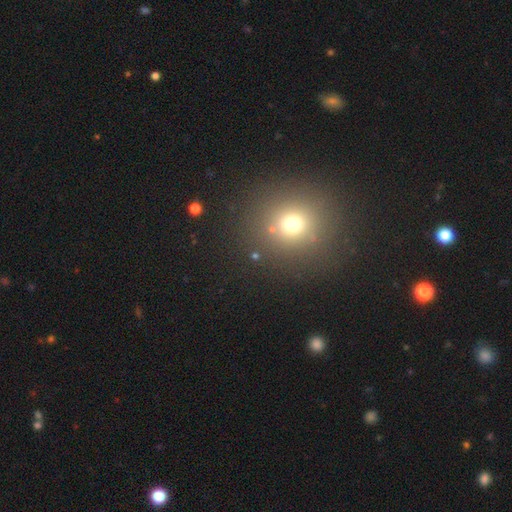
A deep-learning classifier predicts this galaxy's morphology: This appears to be a smooth galaxy with no disk features (63%) that is round (86%). Merging: none (83%).